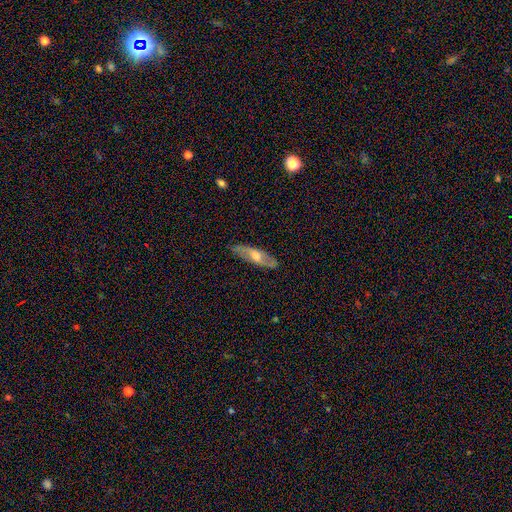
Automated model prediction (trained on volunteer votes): Overall: featured or disk (61%; smooth 33%). Edge-on disk: no (57%; yes 43%). Merging: none (86%).